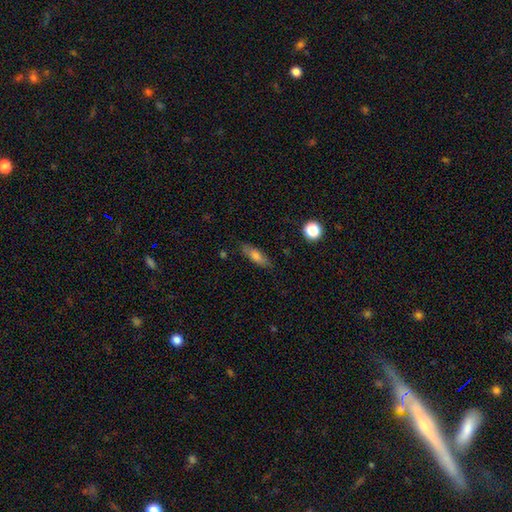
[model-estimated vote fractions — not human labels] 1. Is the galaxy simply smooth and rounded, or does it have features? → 70% smooth, 23% featured or disk, 8% star or artifact.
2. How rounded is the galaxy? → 50% cigar-shaped, 47% in between, 3% round.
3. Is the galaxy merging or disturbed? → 81% none, 14% minor disturbance, 3% major disturbance, 2% merger.